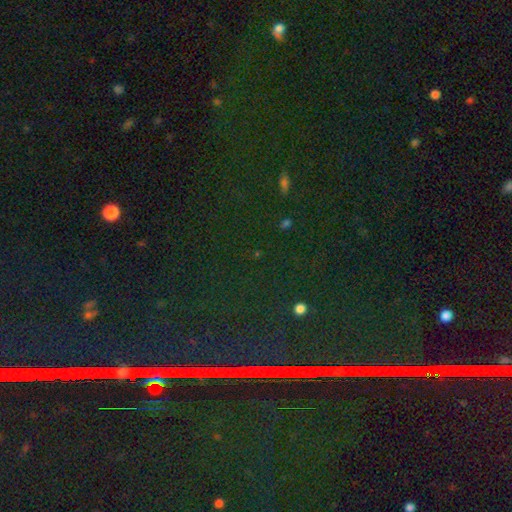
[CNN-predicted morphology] Overall: star or artifact (86%).